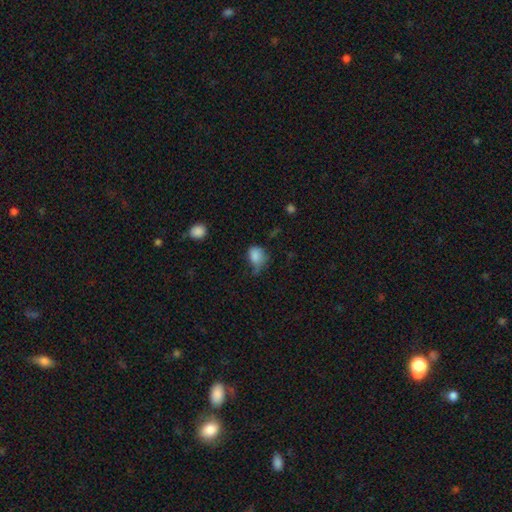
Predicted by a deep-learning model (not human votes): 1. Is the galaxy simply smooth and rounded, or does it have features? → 82% smooth, 10% star or artifact, 8% featured or disk.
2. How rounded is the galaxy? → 59% in between, 39% round, 1% cigar-shaped.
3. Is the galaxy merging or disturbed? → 41% minor disturbance, 34% none, 21% major disturbance, 4% merger.